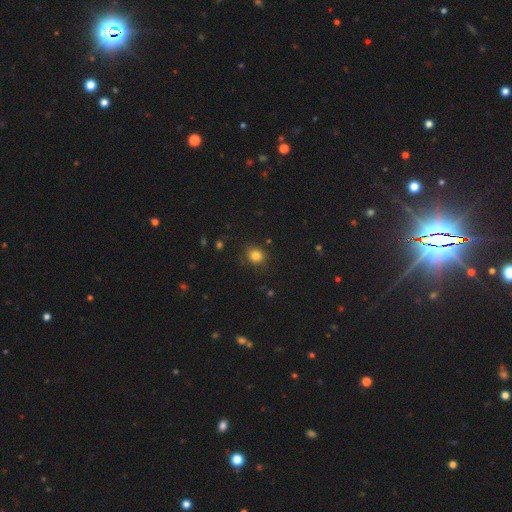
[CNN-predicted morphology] This appears to be a smooth galaxy with no disk features (82%) that is round (77%). Merging: none (85%).